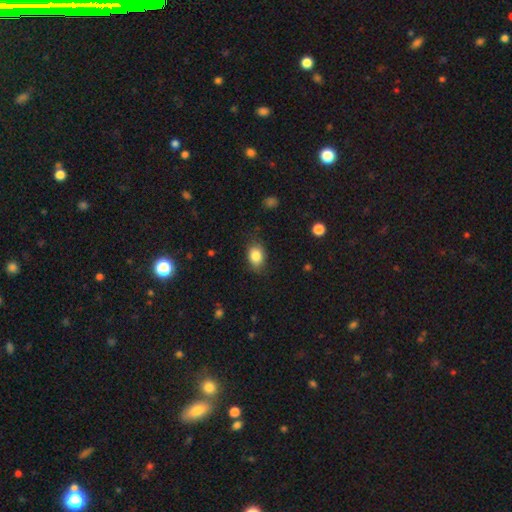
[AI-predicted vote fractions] Smooth or featured: smooth — 85% (star or artifact — 9%)
How rounded: in between — 74% (round — 25%)
Merging: none — 78% (minor disturbance — 17%)